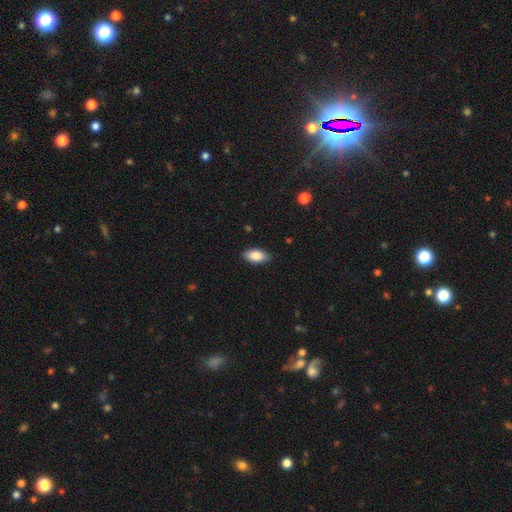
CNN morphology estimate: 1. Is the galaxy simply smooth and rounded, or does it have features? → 87% smooth, 7% featured or disk, 6% star or artifact.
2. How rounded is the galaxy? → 92% in between, 5% cigar-shaped, 3% round.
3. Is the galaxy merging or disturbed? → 86% none, 11% minor disturbance, 2% major disturbance, 1% merger.